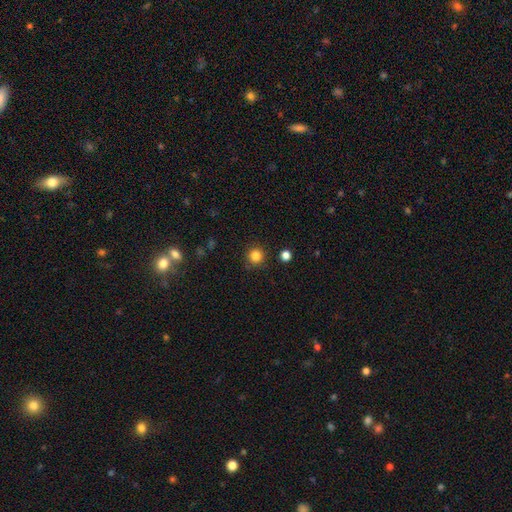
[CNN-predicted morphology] Smooth or featured? smooth (84%)
How rounded? round (94%)
Merging? none (89%)